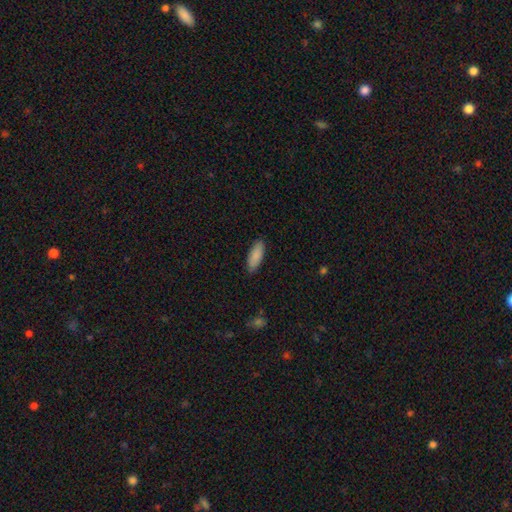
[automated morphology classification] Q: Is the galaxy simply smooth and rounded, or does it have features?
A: smooth — 89%.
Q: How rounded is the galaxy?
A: in between — 69%.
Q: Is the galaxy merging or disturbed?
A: none — 87%.